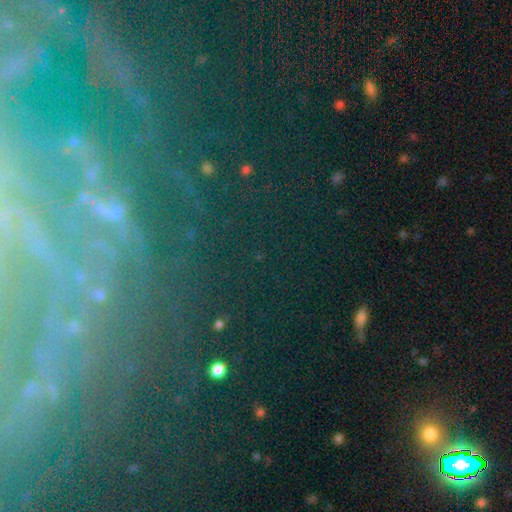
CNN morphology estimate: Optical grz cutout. It shows a featured or disk galaxy (56%) with no bar (44%), spiral arms (78%) and a small central bulge (58%). Merging: none (70%).